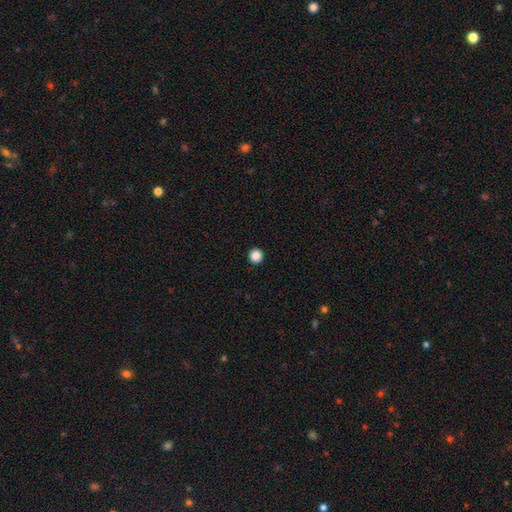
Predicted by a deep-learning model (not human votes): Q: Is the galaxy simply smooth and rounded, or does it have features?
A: smooth — 88%.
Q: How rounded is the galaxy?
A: round — 96%.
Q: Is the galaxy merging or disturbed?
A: none — 94%.